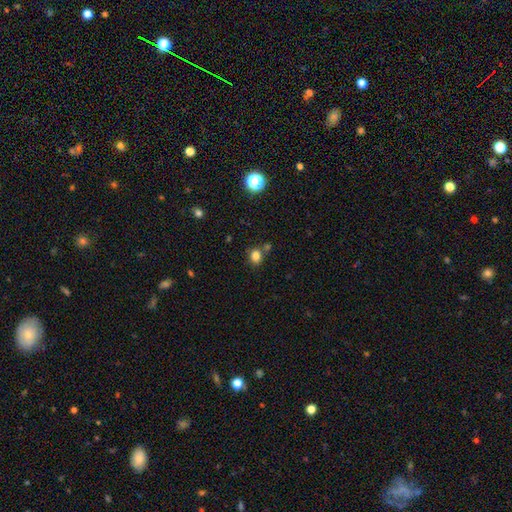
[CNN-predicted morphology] Smooth or featured? Predicted: smooth (p=0.81). How rounded? Predicted: round (p=0.67). Merging? Predicted: none (p=0.70).